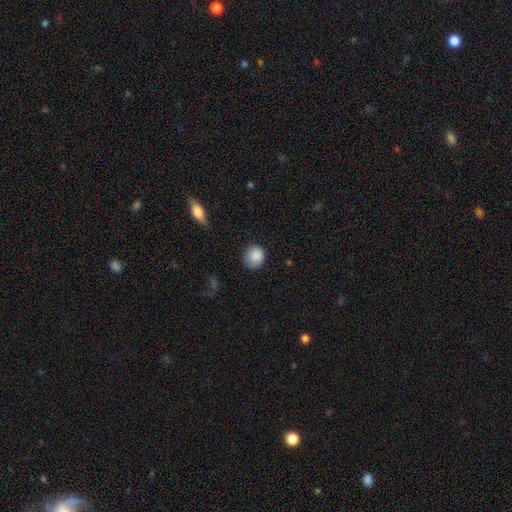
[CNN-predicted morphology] Smooth or featured?
  - smooth: 88% *
  - star or artifact: 8%
  - featured or disk: 4%
How rounded?
  - round: 80% *
  - in between: 19%
  - cigar-shaped: 1%
Merging?
  - none: 80% *
  - minor disturbance: 16%
  - major disturbance: 3%
  - merger: 1%